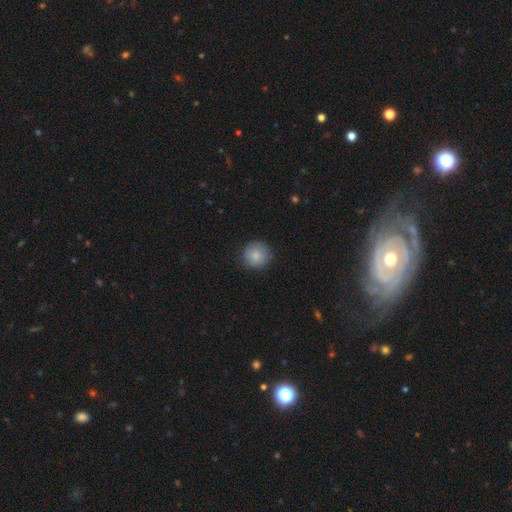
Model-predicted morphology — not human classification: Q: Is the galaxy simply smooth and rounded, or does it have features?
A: smooth — 85%.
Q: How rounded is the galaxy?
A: round — 93%.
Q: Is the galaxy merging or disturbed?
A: none — 86%.